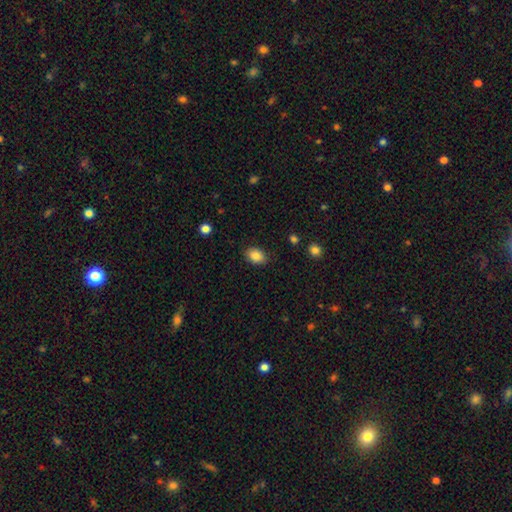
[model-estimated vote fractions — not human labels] Q: Smooth or featured?
A: smooth (86%); runner-up: star or artifact (8%)
Q: How rounded?
A: in between (80%); runner-up: round (19%)
Q: Merging?
A: none (85%); runner-up: minor disturbance (11%)